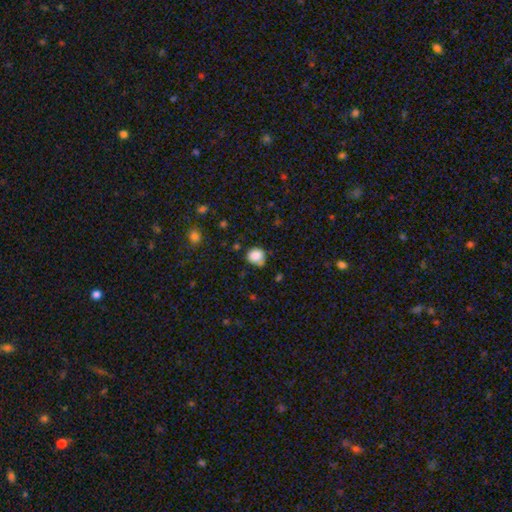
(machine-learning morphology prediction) This appears to be a smooth galaxy with no disk features (85%) that is round (81%). Merging: none (65%).